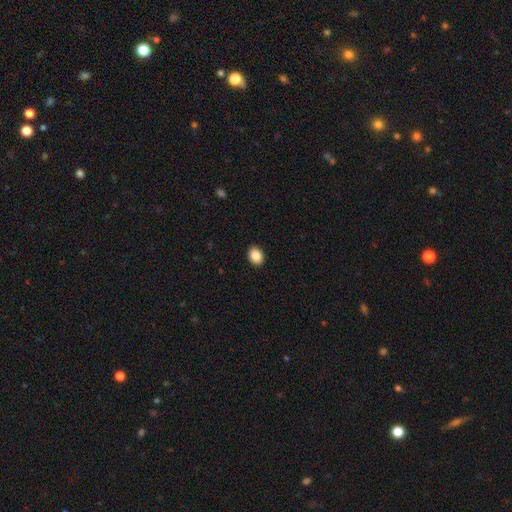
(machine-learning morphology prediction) A smooth galaxy with no disk features (87%) that is in between round and cigar-shaped (69%).

Vote fractions:
- Smooth or featured? smooth: 87% / star or artifact: 8% / featured or disk: 4%
- How rounded? in between: 69% / round: 30% / cigar-shaped: 1%
- Merging? none: 91% / minor disturbance: 7% / major disturbance: 2% / merger: 1%